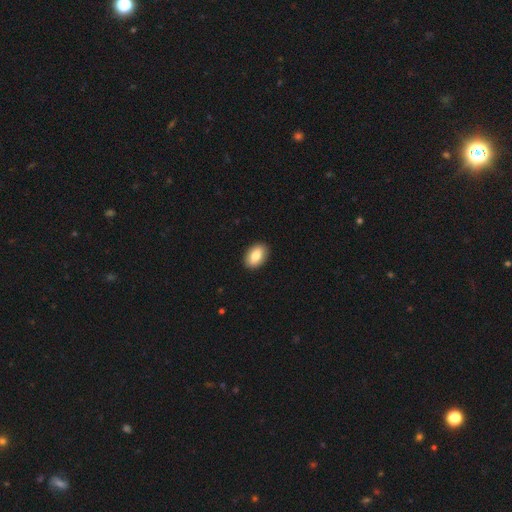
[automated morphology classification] smooth 81%, featured or disk 12%, star or artifact 7%. Down the decision tree: how rounded — in between (90%); merging — none (91%).